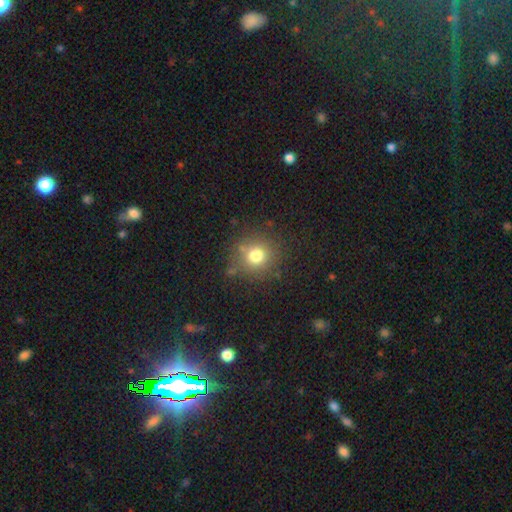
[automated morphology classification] smooth_or_featured: smooth (p=0.75) [alt: star or artifact p=0.15]
how_rounded: round (p=0.88) [alt: in between p=0.10]
merging: none (p=0.79) [alt: minor disturbance p=0.12]